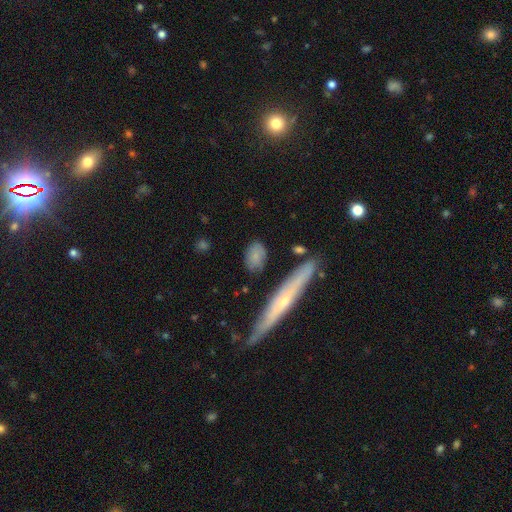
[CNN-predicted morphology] Smooth or featured? smooth (76%)
How rounded? in between (74%)
Merging? none (75%)